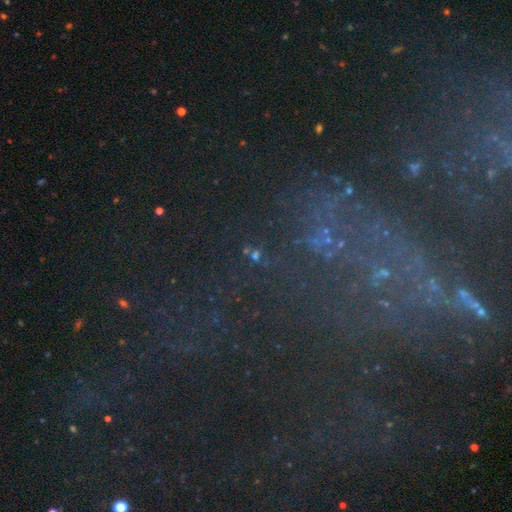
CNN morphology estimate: smooth_or_featured: star or artifact (p=0.69) [alt: smooth p=0.17]